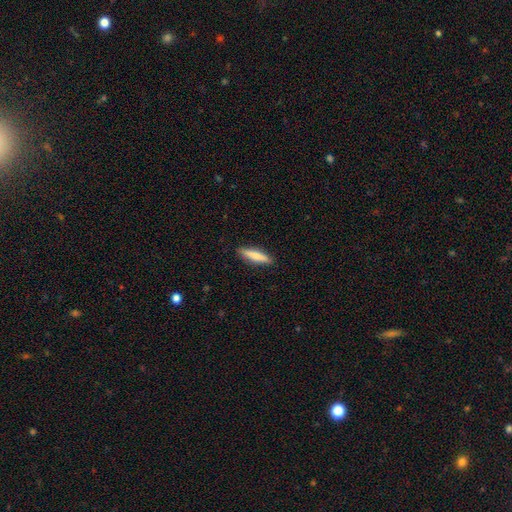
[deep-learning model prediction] smooth_or_featured: smooth (p=0.76) [alt: featured or disk p=0.19]
how_rounded: cigar-shaped (p=0.79) [alt: in between p=0.20]
merging: none (p=0.89) [alt: minor disturbance p=0.08]